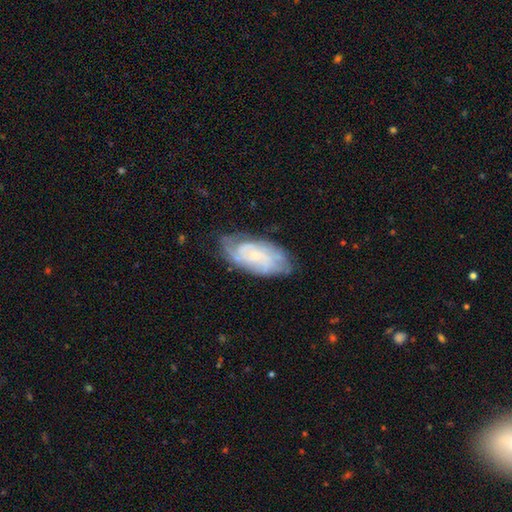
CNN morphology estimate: A featured or disk galaxy (70%) with no bar (64%), tight (58%) spiral arms (91%) and a small central bulge (60%). Merging: none (69%).